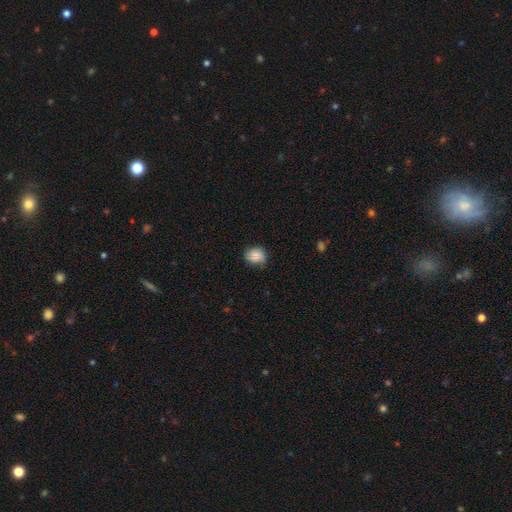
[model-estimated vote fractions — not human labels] Smooth or featured?
  - smooth: 85% *
  - star or artifact: 8%
  - featured or disk: 7%
How rounded?
  - round: 62% *
  - in between: 37%
  - cigar-shaped: 1%
Merging?
  - none: 68% *
  - minor disturbance: 26%
  - major disturbance: 5%
  - merger: 1%